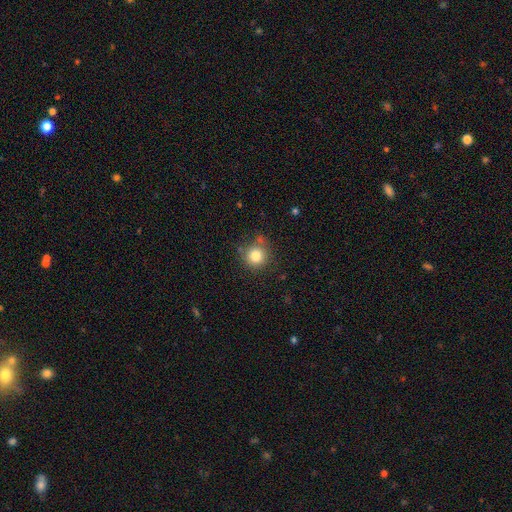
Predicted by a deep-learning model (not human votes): Q: Smooth or featured?
A: smooth (81%); runner-up: star or artifact (12%)
Q: How rounded?
A: round (92%); runner-up: in between (7%)
Q: Merging?
A: none (76%); runner-up: minor disturbance (14%)